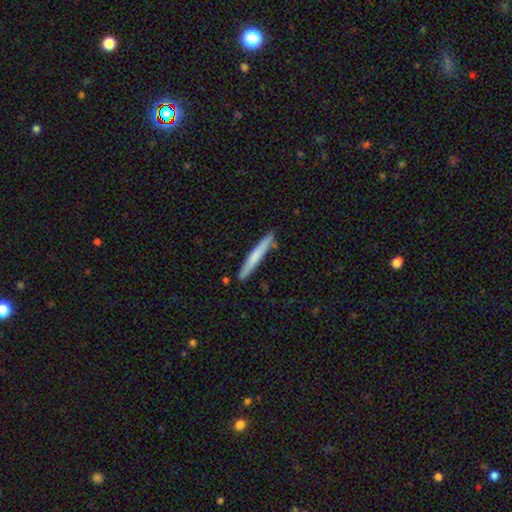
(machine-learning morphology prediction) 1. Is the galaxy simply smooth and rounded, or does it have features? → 66% smooth, 28% featured or disk, 5% star or artifact.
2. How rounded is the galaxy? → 96% cigar-shaped, 3% in between, 1% round.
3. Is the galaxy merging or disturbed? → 87% none, 9% minor disturbance, 2% merger, 2% major disturbance.